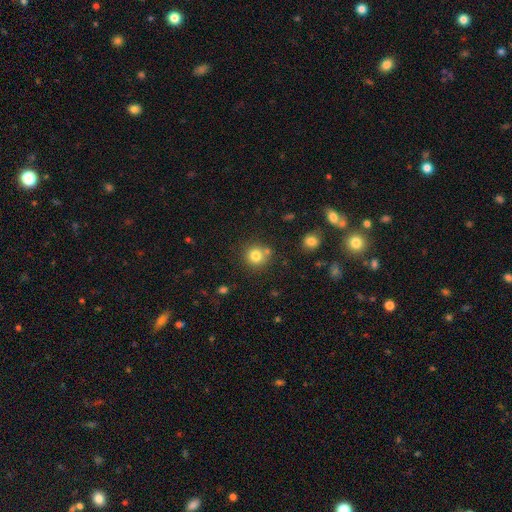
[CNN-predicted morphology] Smooth or featured: smooth — 80% (star or artifact — 12%)
How rounded: round — 92% (in between — 7%)
Merging: none — 75% (merger — 13%)